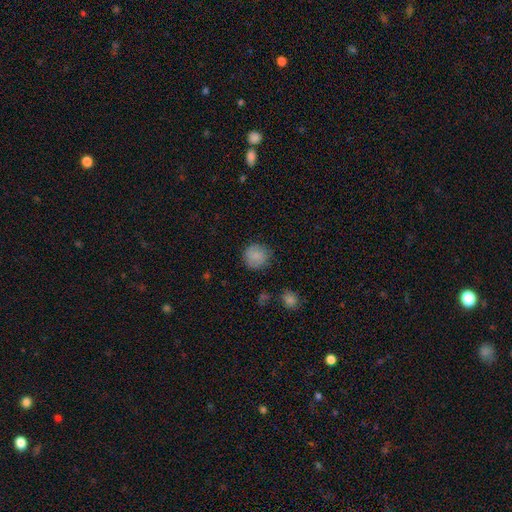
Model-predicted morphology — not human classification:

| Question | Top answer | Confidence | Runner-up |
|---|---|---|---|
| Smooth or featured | smooth | 83% | star or artifact (9%) |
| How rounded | round | 90% | in between (9%) |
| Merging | none | 81% | minor disturbance (13%) |